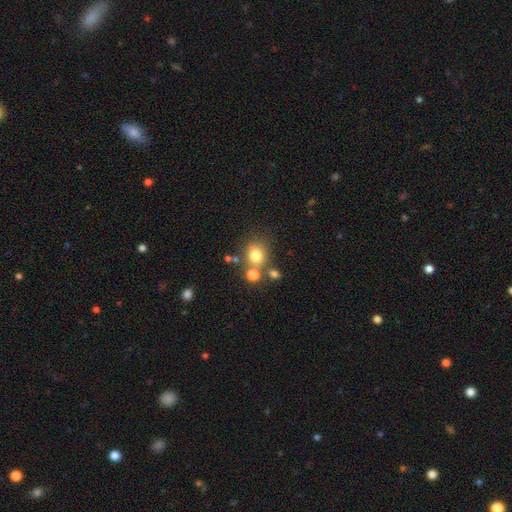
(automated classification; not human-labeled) Smooth or featured?
  - smooth: 76% *
  - star or artifact: 14%
  - featured or disk: 10%
How rounded?
  - round: 75% *
  - in between: 24%
  - cigar-shaped: 1%
Merging?
  - none: 61% *
  - merger: 22%
  - minor disturbance: 12%
  - major disturbance: 5%